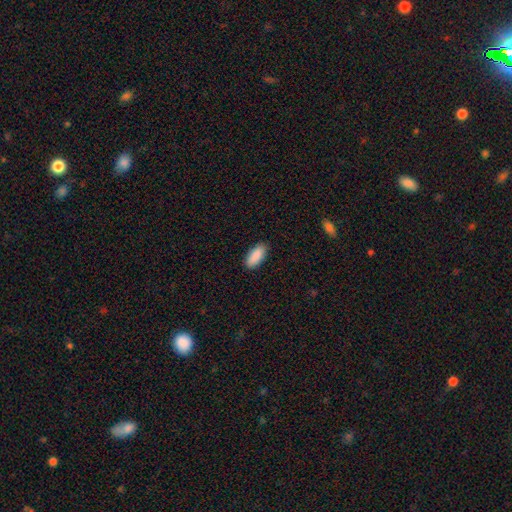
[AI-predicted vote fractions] The model was most divided on "how rounded": in between: 87%, cigar-shaped: 11%, round: 2%. More confident: smooth or featured — smooth (91%); merging — none (88%).